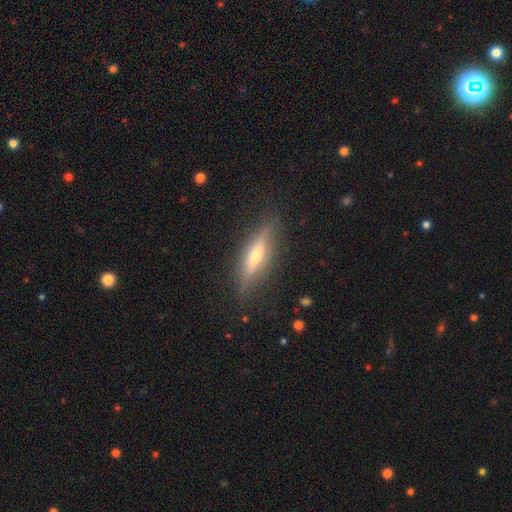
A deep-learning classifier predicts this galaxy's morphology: A featured or disk galaxy (59%) viewed edge-on (89%) with a rounded central bulge (80%). Merging: none (82%).